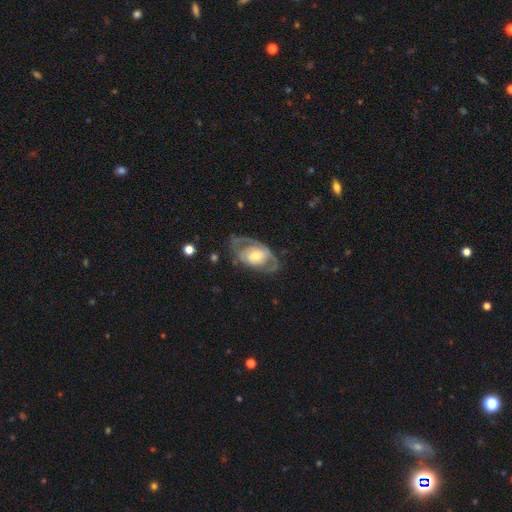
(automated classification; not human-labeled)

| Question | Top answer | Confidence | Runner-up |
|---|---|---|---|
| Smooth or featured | featured or disk | 77% | smooth (18%) |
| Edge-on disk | no | 95% | yes (5%) |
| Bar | no | 65% | weak (27%) |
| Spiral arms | yes | 80% | no (20%) |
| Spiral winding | tight | 41% | medium (40%) |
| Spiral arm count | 2 | 65% | can't tell (19%) |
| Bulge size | moderate | 55% | small (28%) |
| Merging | none | 60% | minor disturbance (21%) |